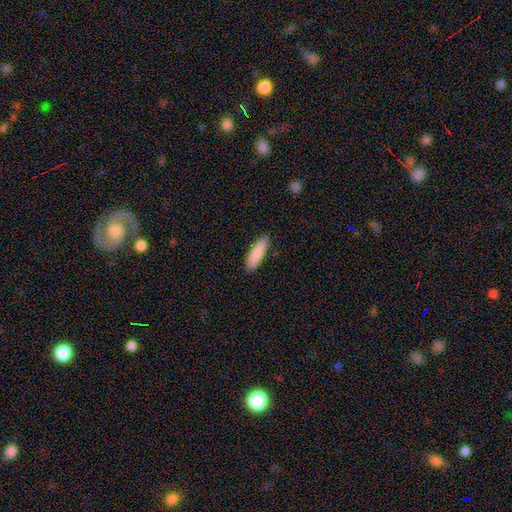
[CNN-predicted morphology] smooth_or_featured: smooth (p=0.88) [alt: featured or disk p=0.06]
how_rounded: cigar-shaped (p=0.59) [alt: in between p=0.40]
merging: none (p=0.87) [alt: minor disturbance p=0.10]